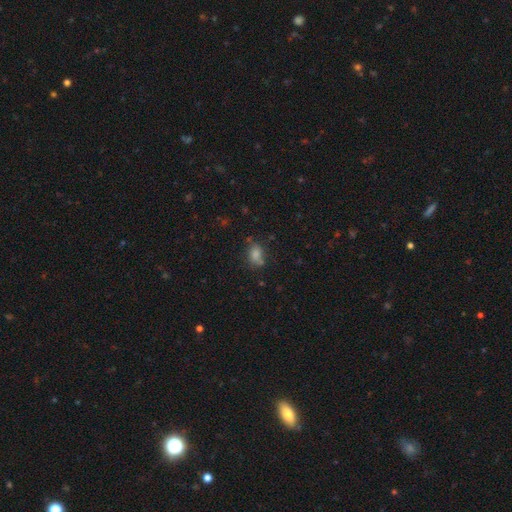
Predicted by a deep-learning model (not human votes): This is clearly a smooth galaxy (81%). How rounded: likely in between (73%). Merging: likely none (63%).